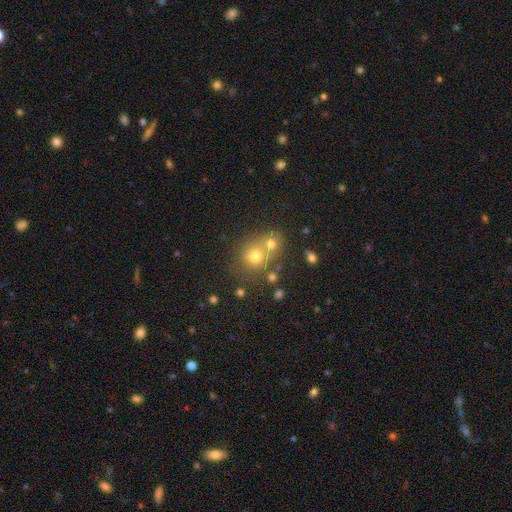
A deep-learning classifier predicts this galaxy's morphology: type=smooth (67%); roundness=round (76%); merging=merger (47%).